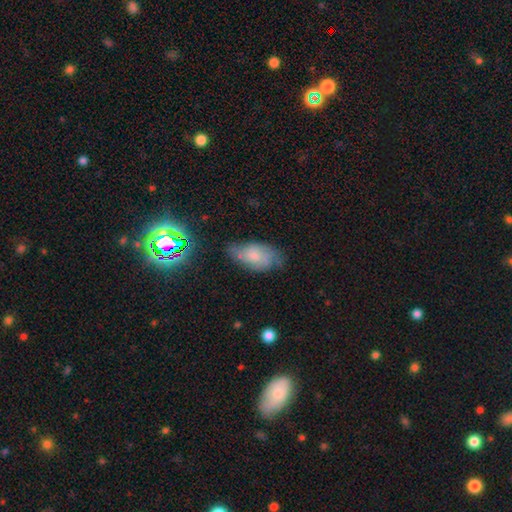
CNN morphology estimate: A smooth galaxy with no disk features (56%) that is in between round and cigar-shaped (92%).

Vote fractions:
- Smooth or featured? smooth: 56% / featured or disk: 34% / star or artifact: 10%
- How rounded? in between: 92% / round: 5% / cigar-shaped: 3%
- Merging? none: 55% / minor disturbance: 31% / major disturbance: 10% / merger: 3%